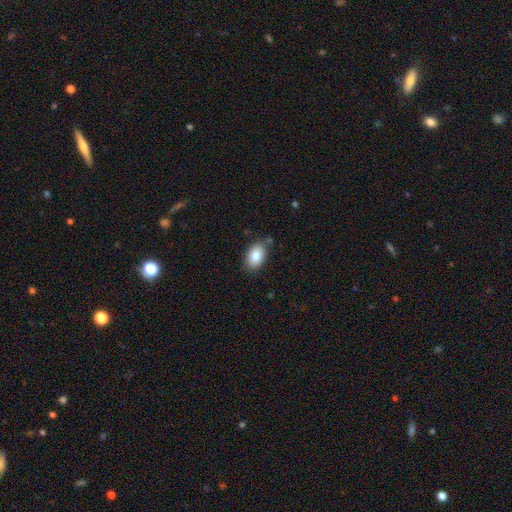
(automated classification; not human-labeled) A smooth galaxy with no disk features (84%) that is in between round and cigar-shaped (89%).

Vote fractions:
- Smooth or featured? smooth: 84% / featured or disk: 9% / star or artifact: 7%
- How rounded? in between: 89% / round: 10% / cigar-shaped: 1%
- Merging? none: 81% / minor disturbance: 13% / merger: 3% / major disturbance: 3%